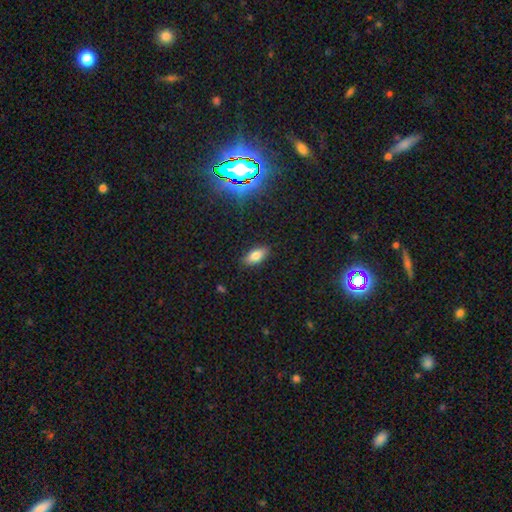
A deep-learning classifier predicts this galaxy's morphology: smooth 78%, featured or disk 11%, star or artifact 11%. Down the decision tree: how rounded — in between (88%); merging — none (87%).